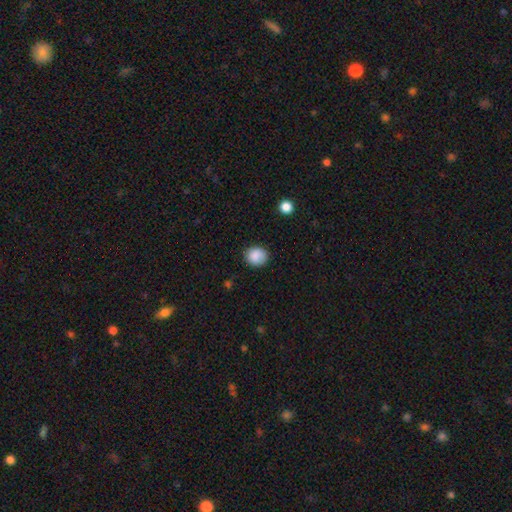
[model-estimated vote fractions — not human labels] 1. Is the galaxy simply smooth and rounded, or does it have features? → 88% smooth, 9% star or artifact, 3% featured or disk.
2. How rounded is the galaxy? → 78% round, 21% in between, 1% cigar-shaped.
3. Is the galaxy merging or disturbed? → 84% none, 12% minor disturbance, 3% major disturbance, 1% merger.